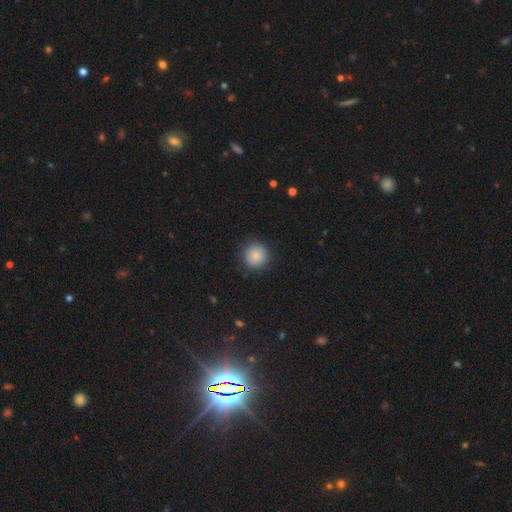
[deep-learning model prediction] The model was most divided on "smooth or featured": smooth: 86%, star or artifact: 9%, featured or disk: 5%. More confident: how rounded — round (94%); merging — none (88%).